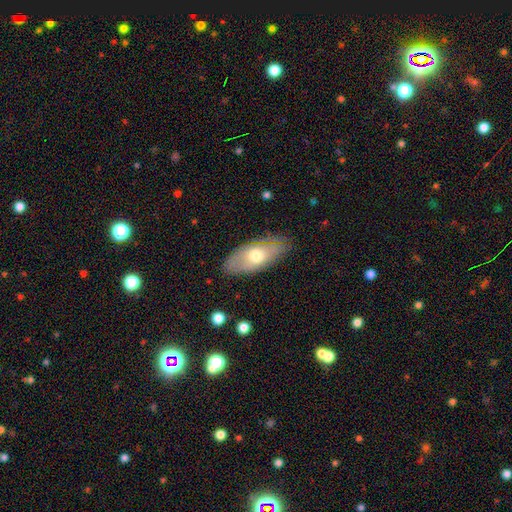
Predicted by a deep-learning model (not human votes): Overall: smooth (55%; featured or disk 38%). How rounded: in between (86%). Merging: none (80%).